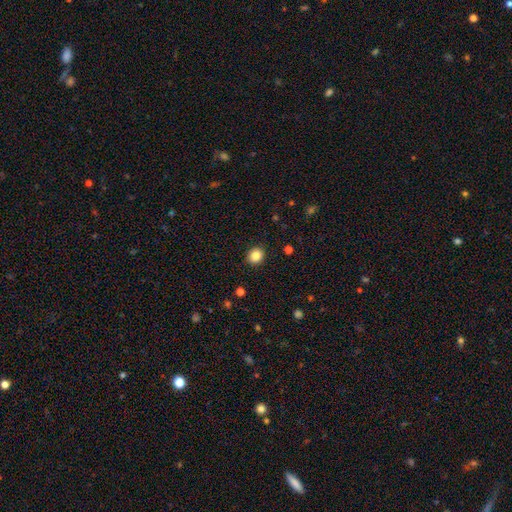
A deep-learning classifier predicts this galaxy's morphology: Smooth or featured: smooth — 85% (star or artifact — 10%)
How rounded: round — 75% (in between — 24%)
Merging: none — 91% (minor disturbance — 6%)